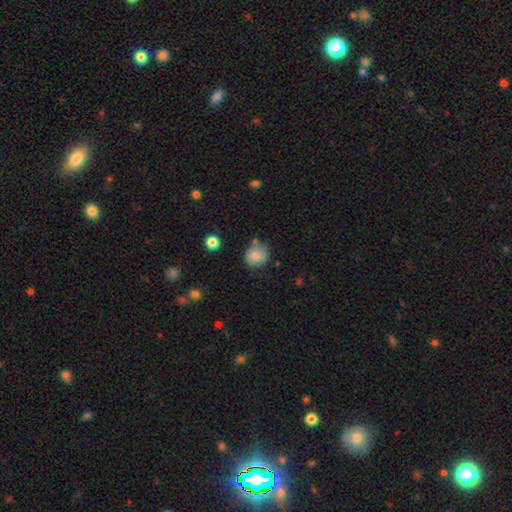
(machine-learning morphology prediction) Smooth or featured?
  - smooth: 68% *
  - featured or disk: 23%
  - star or artifact: 9%
How rounded?
  - round: 79% *
  - in between: 20%
  - cigar-shaped: 1%
Merging?
  - none: 69% *
  - minor disturbance: 20%
  - merger: 6%
  - major disturbance: 5%